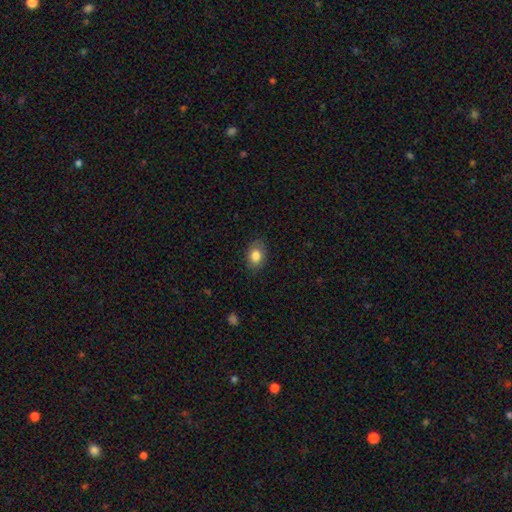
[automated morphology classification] smooth 83%, featured or disk 9%, star or artifact 8%. Down the decision tree: how rounded — in between (74%); merging — none (83%).